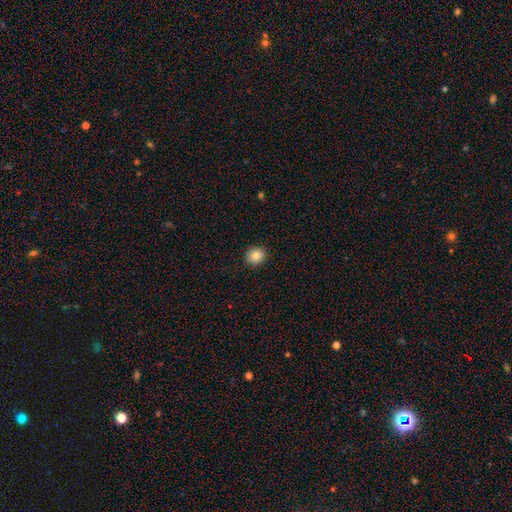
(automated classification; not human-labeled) smooth_or_featured: smooth (p=0.84) [alt: star or artifact p=0.09]
how_rounded: round (p=0.84) [alt: in between p=0.15]
merging: none (p=0.92) [alt: minor disturbance p=0.06]